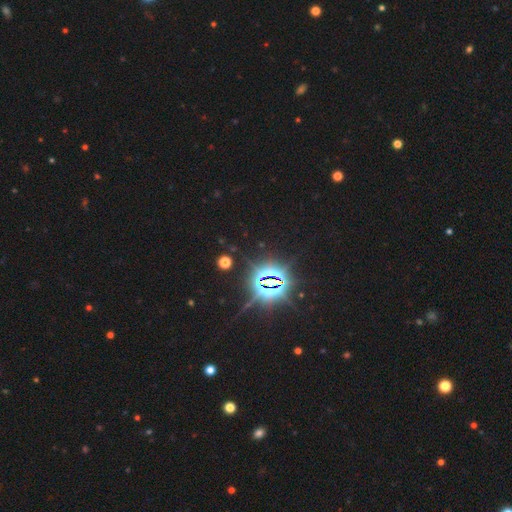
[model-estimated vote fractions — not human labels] smooth-or-featured: star or artifact: 86% | smooth: 8% | featured or disk: 6%